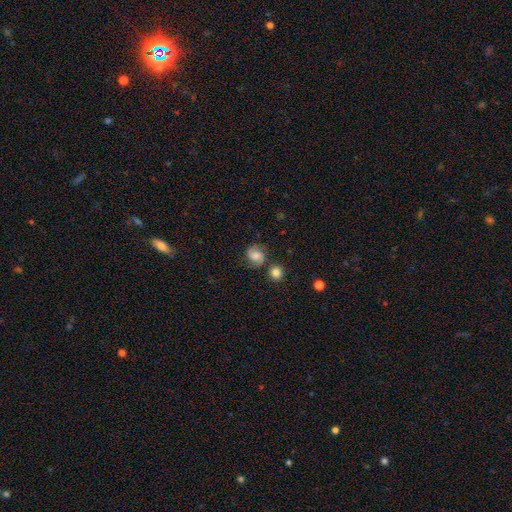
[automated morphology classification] Smooth or featured: featured or disk — 56% (smooth — 34%)
Edge-on disk: no — 98% (yes — 2%)
Bar: no — 62% (weak — 32%)
Spiral arms: yes — 93% (no — 7%)
Spiral winding: medium — 50% (tight — 27%)
Spiral arm count: 2 — 90% (can't tell — 5%)
Bulge size: moderate — 44% (small — 23%)
Merging: none — 72% (minor disturbance — 15%)